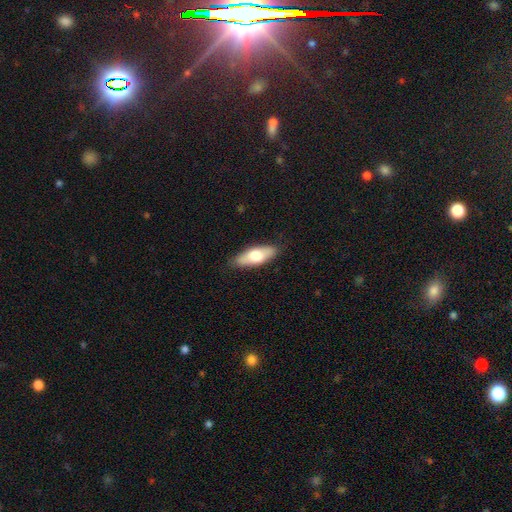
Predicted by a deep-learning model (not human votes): Smooth or featured? smooth (68%)
How rounded? in between (71%)
Merging? none (85%)